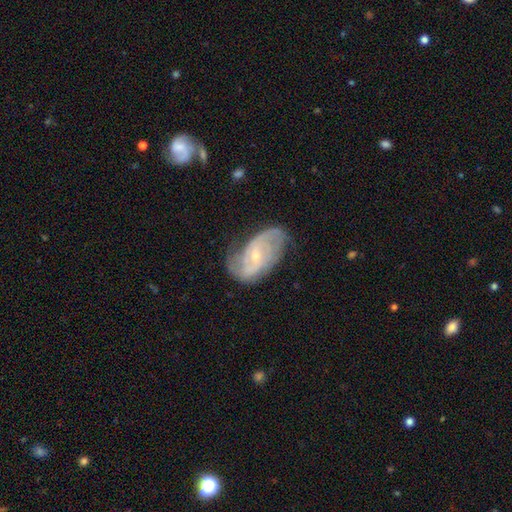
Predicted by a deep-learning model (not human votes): A featured or disk galaxy (79%) with no bar (48%), 2 (57%) medium (42%) spiral arms (92%) and a small central bulge (70%).

Vote fractions:
- Smooth or featured? featured or disk: 79% / smooth: 14% / star or artifact: 7%
- Edge-on disk? no: 96% / yes: 4%
- Bar? no: 48% / weak: 41% / strong: 11%
- Spiral arms? yes: 92% / no: 8%
- Spiral winding? medium: 42% / loose: 29% / tight: 28%
- Spiral arm count? 2: 57% / can't tell: 23% / 3: 10% / 1: 4% / 4: 4% / more than 4: 3%
- Bulge size? small: 70% / moderate: 26% / none: 2% / large: 1% / dominant: 1%
- Merging? none: 59% / minor disturbance: 27% / major disturbance: 12% / merger: 2%